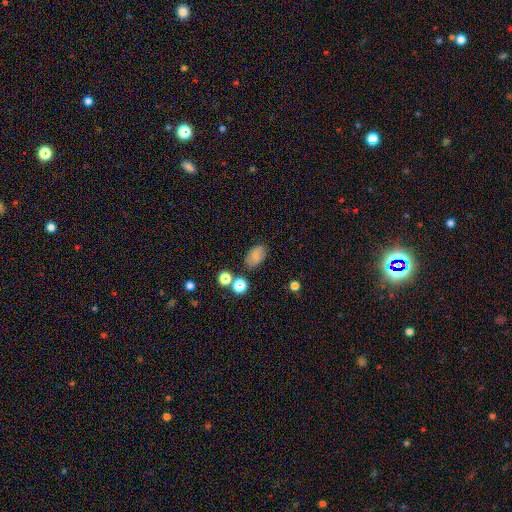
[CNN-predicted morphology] This appears to be a smooth galaxy with no disk features (77%) that is in between round and cigar-shaped (88%). Merging: none (79%).